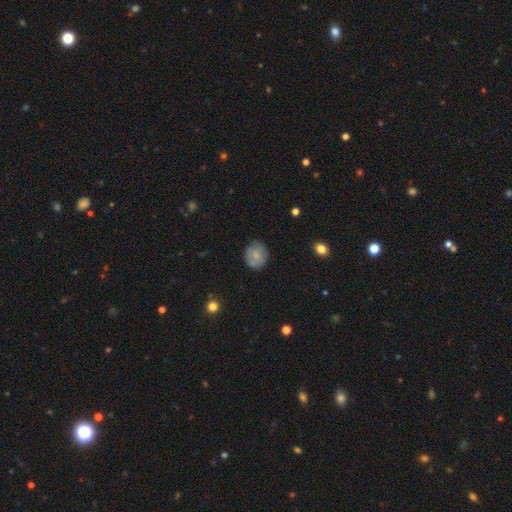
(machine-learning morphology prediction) A smooth galaxy with no disk features (78%) that is round (78%). Merging: none (79%).